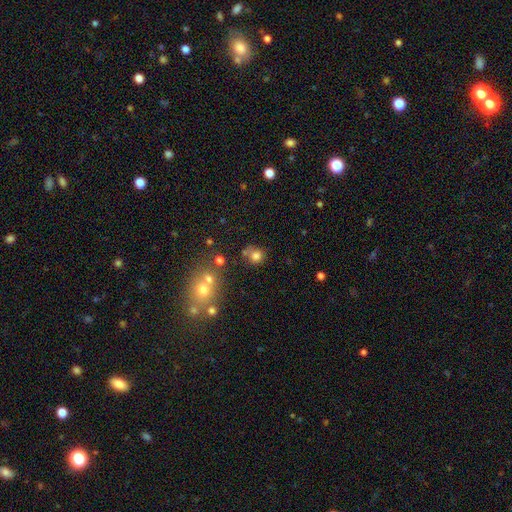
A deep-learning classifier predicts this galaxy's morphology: Overall: smooth (76%). How rounded: round (83%). Merging: none (60%).